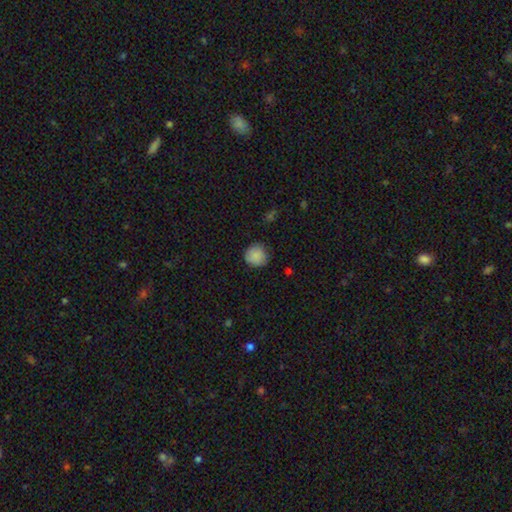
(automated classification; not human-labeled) smooth-or-featured: smooth: 88% | star or artifact: 8% | featured or disk: 4%
  how-rounded: round: 91% | in between: 8% | cigar-shaped: 1%
  merging: none: 82% | minor disturbance: 14% | major disturbance: 3% | merger: 1%